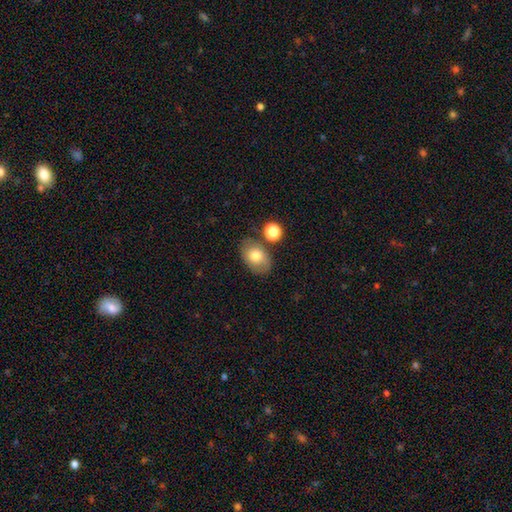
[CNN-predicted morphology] The model was most divided on "merging": none: 71%, minor disturbance: 16%, merger: 8%, major disturbance: 5%. More confident: how rounded — in between (78%); smooth or featured — smooth (73%).